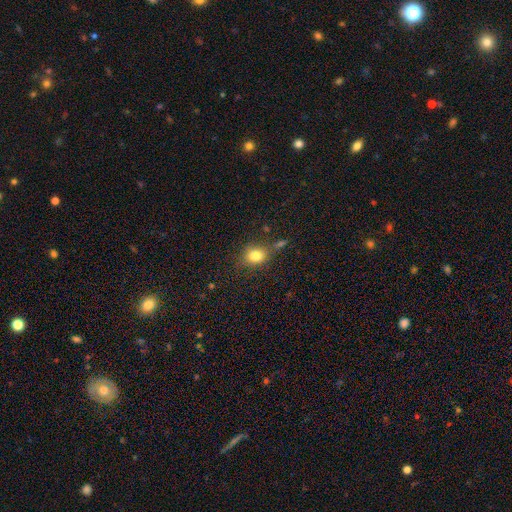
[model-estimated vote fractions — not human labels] Smooth or featured: smooth — 80% (star or artifact — 11%)
How rounded: in between — 49% (tied with round — 49%)
Merging: none — 69% (minor disturbance — 16%)